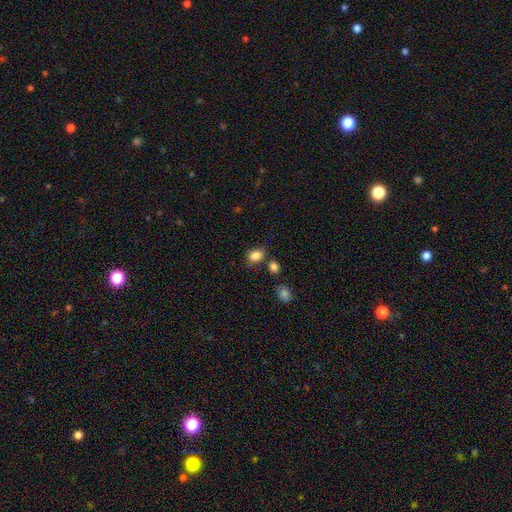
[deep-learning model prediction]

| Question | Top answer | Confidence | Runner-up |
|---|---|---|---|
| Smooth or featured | smooth | 84% | star or artifact (10%) |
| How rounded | in between | 57% | round (41%) |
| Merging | none | 65% | minor disturbance (20%) |